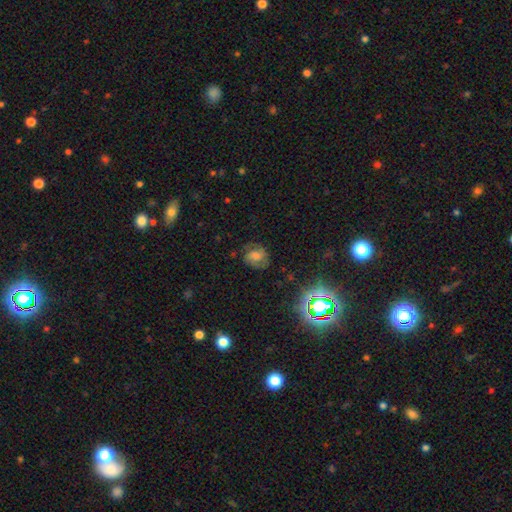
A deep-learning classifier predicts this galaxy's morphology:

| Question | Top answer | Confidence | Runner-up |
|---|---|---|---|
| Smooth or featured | smooth | 42% | featured or disk (41%) |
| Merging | none | 69% | minor disturbance (20%) |